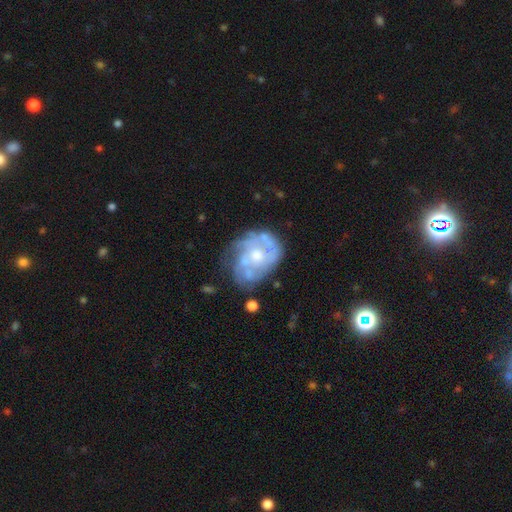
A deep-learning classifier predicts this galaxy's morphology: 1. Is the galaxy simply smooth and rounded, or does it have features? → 73% featured or disk, 20% smooth, 7% star or artifact.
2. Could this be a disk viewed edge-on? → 98% no, 2% yes.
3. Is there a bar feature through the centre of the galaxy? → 84% no, 14% weak, 2% strong.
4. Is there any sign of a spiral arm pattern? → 54% yes, 46% no.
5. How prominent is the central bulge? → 58% moderate, 34% small, 4% large, 3% none, 1% dominant.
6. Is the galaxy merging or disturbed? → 51% none, 25% minor disturbance, 16% major disturbance, 9% merger.